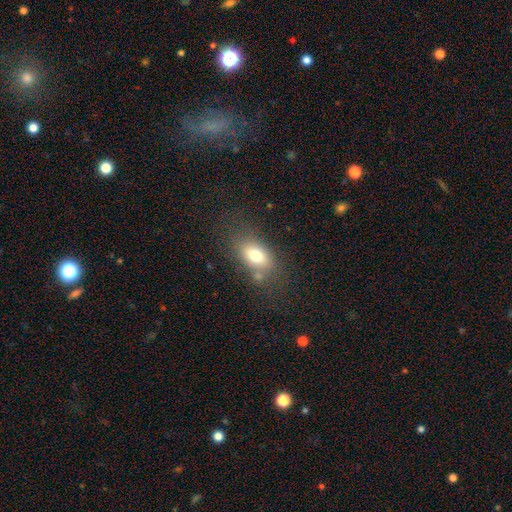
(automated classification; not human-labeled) Smooth or featured?
  - smooth: 72% *
  - featured or disk: 18%
  - star or artifact: 11%
How rounded?
  - in between: 82% *
  - round: 15%
  - cigar-shaped: 3%
Merging?
  - none: 65% *
  - minor disturbance: 17%
  - merger: 9%
  - major disturbance: 9%